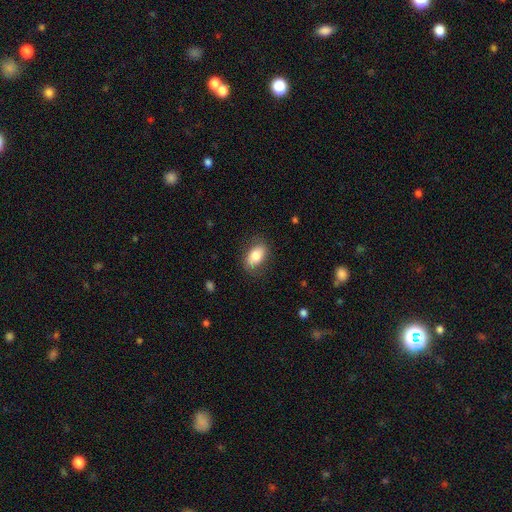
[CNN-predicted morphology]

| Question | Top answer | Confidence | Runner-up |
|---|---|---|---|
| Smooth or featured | smooth | 80% | featured or disk (13%) |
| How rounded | in between | 90% | round (7%) |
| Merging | none | 79% | minor disturbance (15%) |